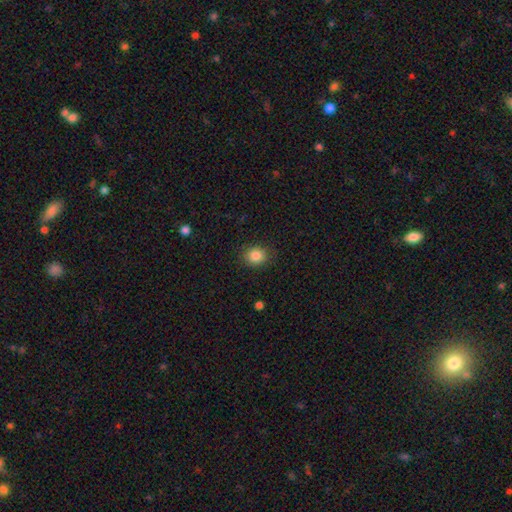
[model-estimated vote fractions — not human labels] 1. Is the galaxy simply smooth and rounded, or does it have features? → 85% smooth, 10% star or artifact, 5% featured or disk.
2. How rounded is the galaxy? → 69% round, 31% in between, 1% cigar-shaped.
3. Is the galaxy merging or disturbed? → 88% none, 9% minor disturbance, 3% major disturbance, 1% merger.